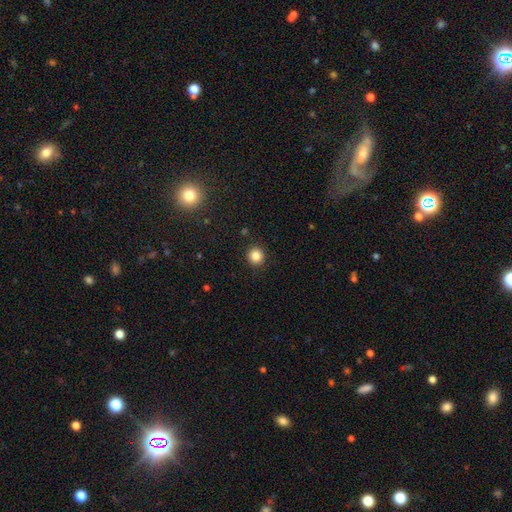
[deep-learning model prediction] smooth 85%, star or artifact 11%, featured or disk 4%. Down the decision tree: how rounded — round (94%); merging — none (92%).